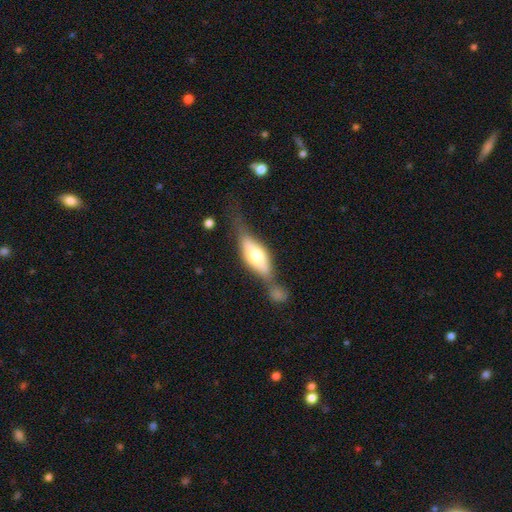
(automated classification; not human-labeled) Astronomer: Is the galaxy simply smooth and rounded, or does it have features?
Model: smooth — 52% (runner-up: featured or disk, 42%).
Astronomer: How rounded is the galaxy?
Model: in between — 67%.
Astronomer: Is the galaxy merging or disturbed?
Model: none — 36% (runner-up: merger, 32%).